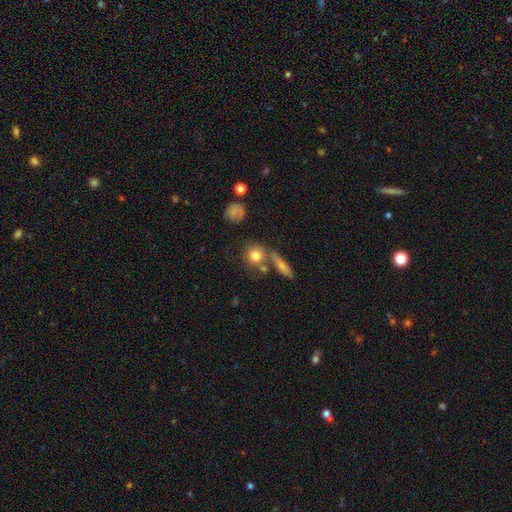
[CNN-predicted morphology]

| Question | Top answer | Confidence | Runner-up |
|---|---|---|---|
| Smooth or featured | smooth | 77% | featured or disk (12%) |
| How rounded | round | 84% | in between (13%) |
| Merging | none | 63% | merger (21%) |